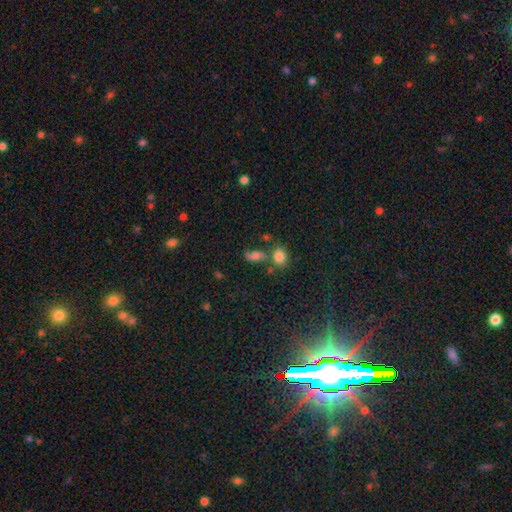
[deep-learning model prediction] smooth 67%, star or artifact 17%, featured or disk 17%. Down the decision tree: how rounded — in between (76%); merging — none (49%).